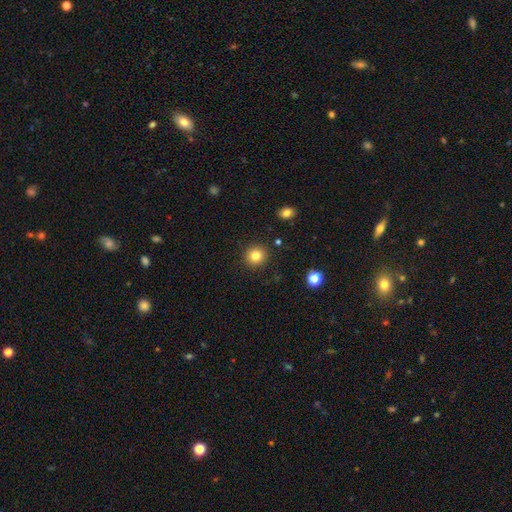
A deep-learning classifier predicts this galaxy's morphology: This is clearly a smooth galaxy (82%). How rounded: clearly round (92%). Merging: clearly none (91%).